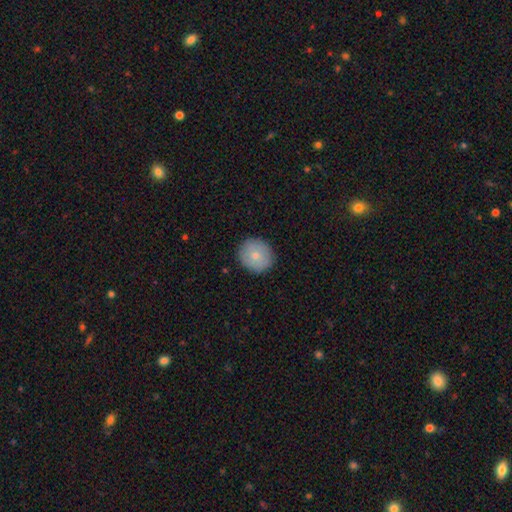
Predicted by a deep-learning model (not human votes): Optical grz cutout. It shows a smooth galaxy with no disk features (73%) that is round (88%). Merging: none (88%).